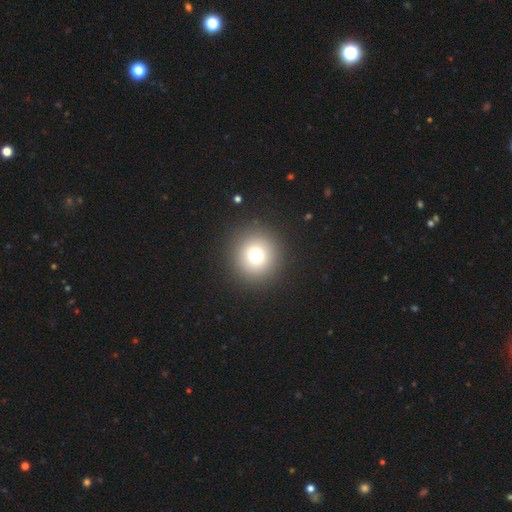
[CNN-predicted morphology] type=smooth (74%); roundness=round (94%); merging=none (91%).